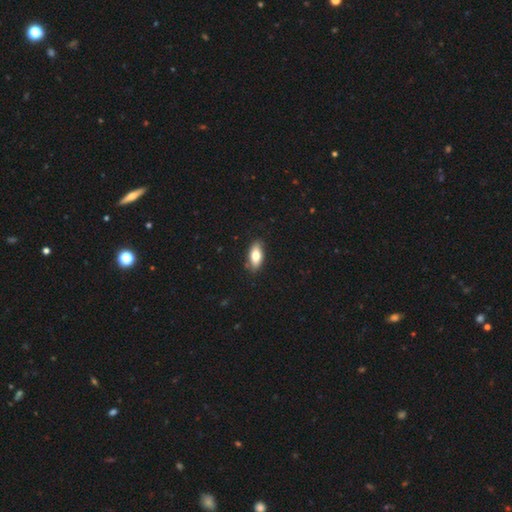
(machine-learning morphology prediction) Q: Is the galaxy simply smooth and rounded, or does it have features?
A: smooth — 75%.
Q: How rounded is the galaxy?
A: in between — 84%.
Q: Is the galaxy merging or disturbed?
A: none — 85%.